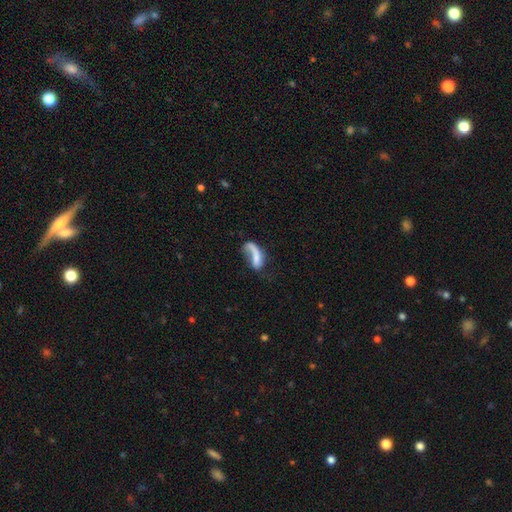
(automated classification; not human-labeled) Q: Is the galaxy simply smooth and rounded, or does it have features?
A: smooth — 50%.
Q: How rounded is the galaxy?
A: in between — 67%.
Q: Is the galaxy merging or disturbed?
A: major disturbance — 41%.